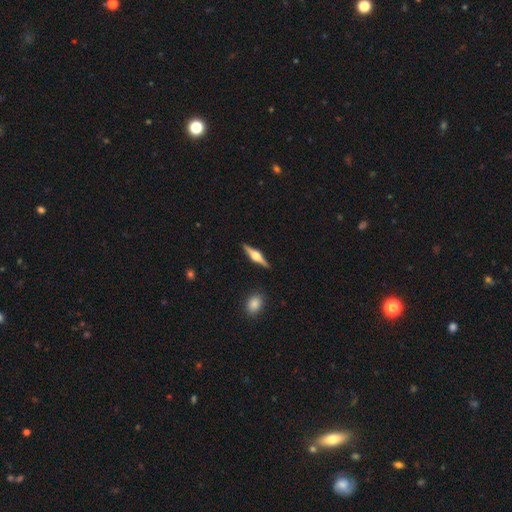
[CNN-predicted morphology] Smooth or featured: featured or disk — 79% (smooth — 16%)
Edge-on disk: yes — 98% (no — 2%)
Edge-on bulge: rounded — 93% (boxy — 5%)
Merging: none — 91% (minor disturbance — 6%)